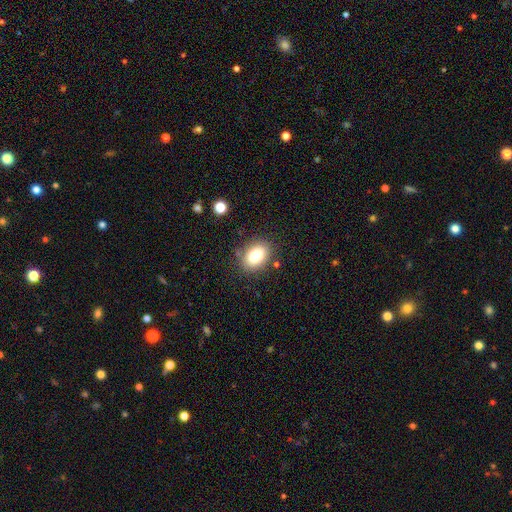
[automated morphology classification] Smooth or featured: smooth — 82% (star or artifact — 9%)
How rounded: in between — 78% (round — 21%)
Merging: none — 82% (minor disturbance — 11%)